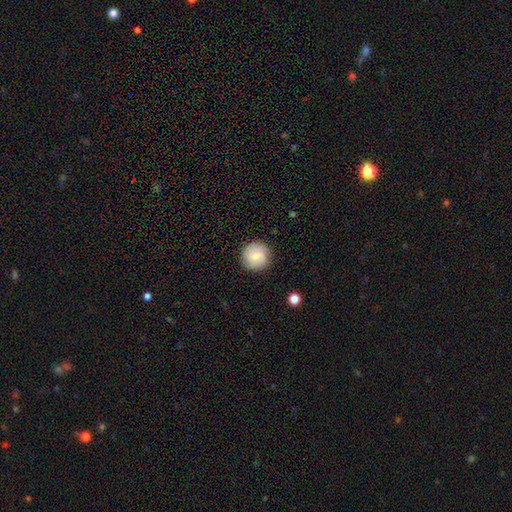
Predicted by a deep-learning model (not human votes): Smooth or featured? Predicted: smooth (p=0.74). How rounded? Predicted: round (p=0.95). Merging? Predicted: none (p=0.88).